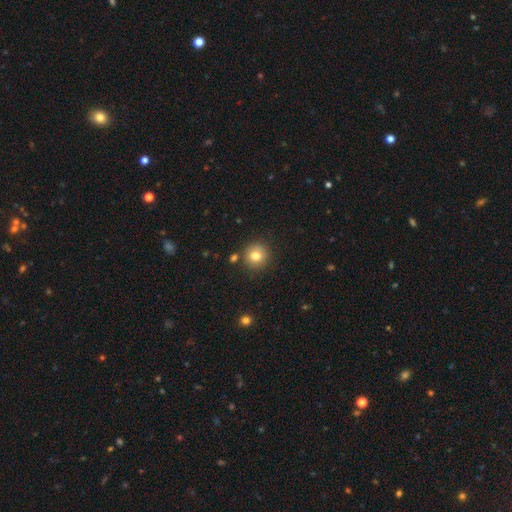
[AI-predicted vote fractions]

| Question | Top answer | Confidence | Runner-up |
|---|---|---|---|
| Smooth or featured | smooth | 80% | star or artifact (11%) |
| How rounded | round | 92% | in between (7%) |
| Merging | none | 85% | minor disturbance (8%) |